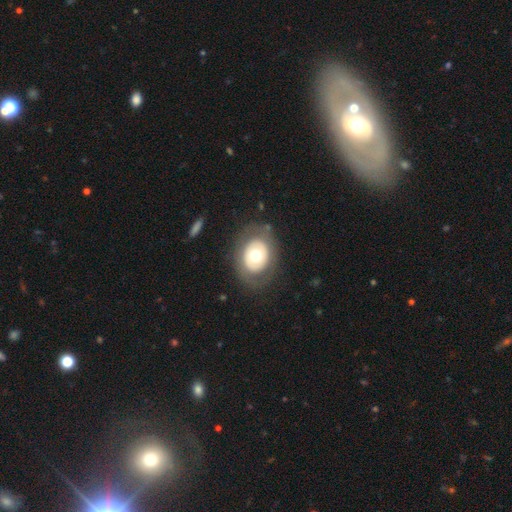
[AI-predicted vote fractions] Smooth or featured? Predicted: smooth (p=0.50). Merging? Predicted: none (p=0.78).